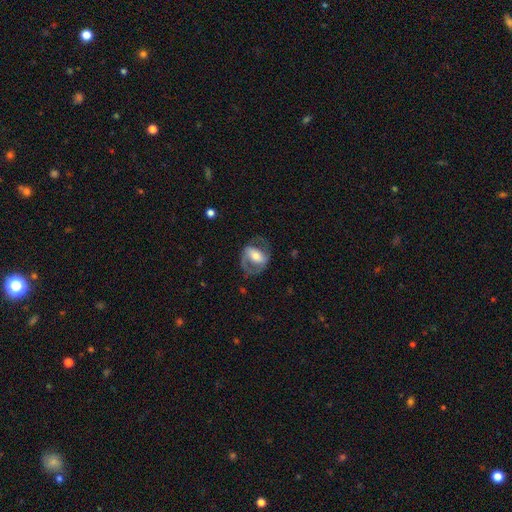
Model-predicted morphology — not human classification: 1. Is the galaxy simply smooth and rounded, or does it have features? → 69% featured or disk, 25% smooth, 6% star or artifact.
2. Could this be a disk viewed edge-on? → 95% no, 5% yes.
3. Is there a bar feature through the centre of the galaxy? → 42% strong, 32% weak, 26% no.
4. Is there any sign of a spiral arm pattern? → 75% yes, 25% no.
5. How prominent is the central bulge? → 58% moderate, 26% small, 12% large, 2% none, 2% dominant.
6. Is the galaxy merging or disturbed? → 64% none, 18% minor disturbance, 17% major disturbance, 1% merger.